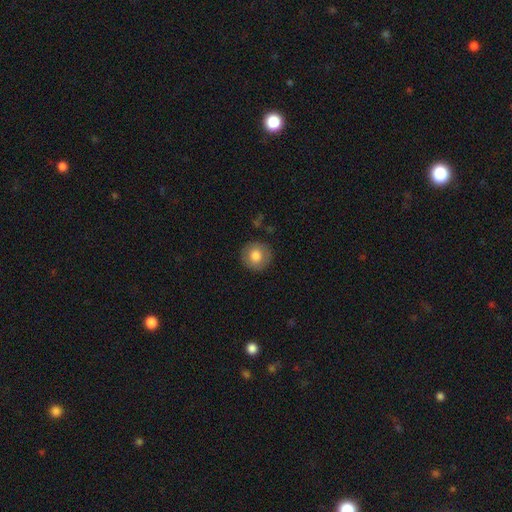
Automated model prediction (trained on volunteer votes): This appears to be a smooth galaxy with no disk features (79%) that is round (93%). Merging: none (88%).